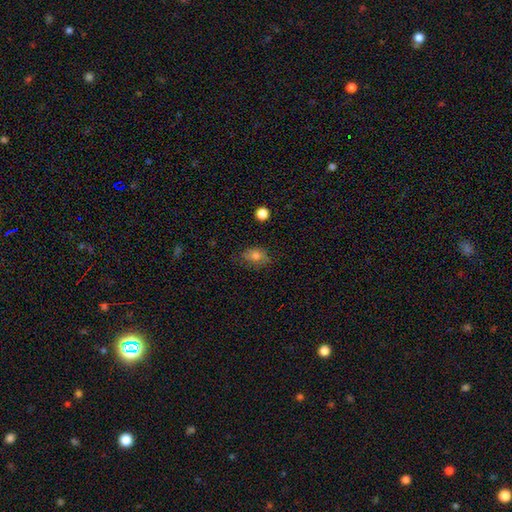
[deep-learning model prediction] smooth-or-featured: smooth: 73% | featured or disk: 16% | star or artifact: 12%
  how-rounded: in between: 74% | round: 24% | cigar-shaped: 2%
  merging: none: 67% | minor disturbance: 24% | major disturbance: 8% | merger: 2%